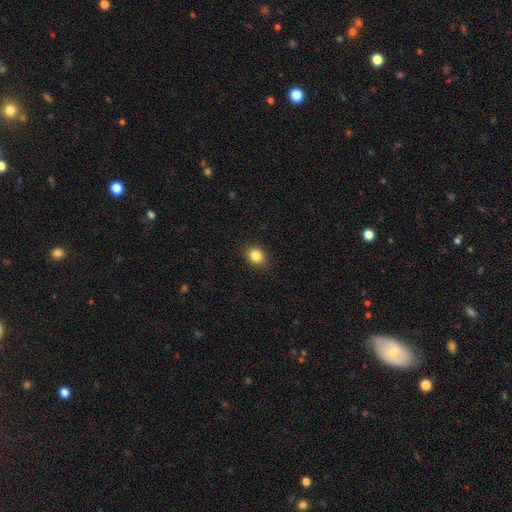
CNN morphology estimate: The model was most divided on "how rounded": round: 54%, in between: 44%, cigar-shaped: 1%. More confident: merging — none (86%); smooth or featured — smooth (85%).